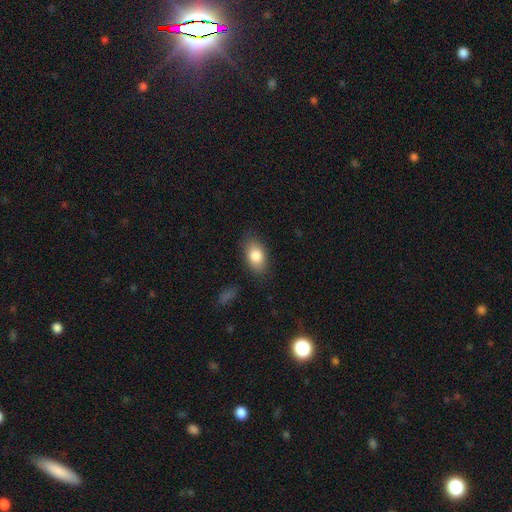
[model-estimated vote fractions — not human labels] A smooth galaxy with no disk features (82%) that is in between round and cigar-shaped (89%). Merging: none (82%).